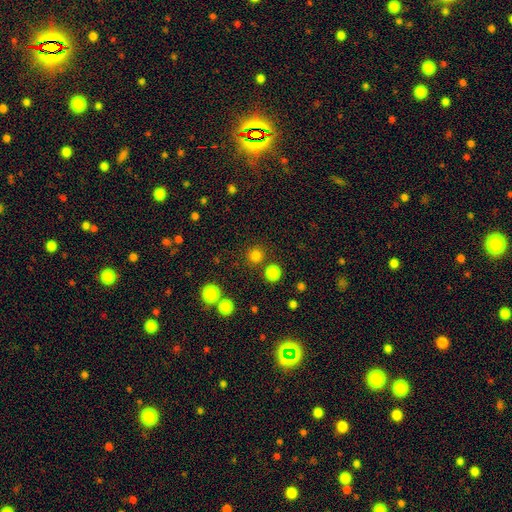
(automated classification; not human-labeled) Smooth or featured?
  - smooth: 80% *
  - star or artifact: 16%
  - featured or disk: 4%
How rounded?
  - round: 93% *
  - in between: 6%
  - cigar-shaped: 1%
Merging?
  - none: 84% *
  - merger: 7%
  - minor disturbance: 6%
  - major disturbance: 3%